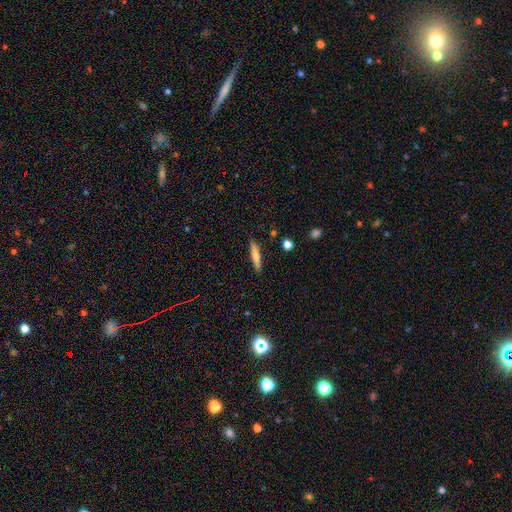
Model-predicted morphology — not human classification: The model was most divided on "smooth or featured": smooth: 68%, featured or disk: 25%, star or artifact: 7%. More confident: how rounded — cigar-shaped (90%); merging — none (88%).